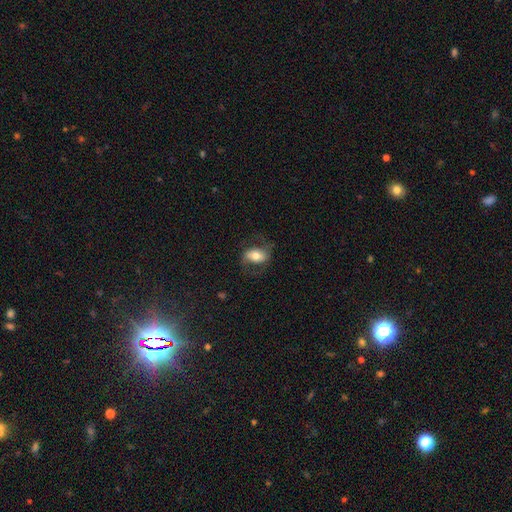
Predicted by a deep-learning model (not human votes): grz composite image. It shows a smooth galaxy with no disk features (50%) that is in between round and cigar-shaped (85%). Merging: none (68%).